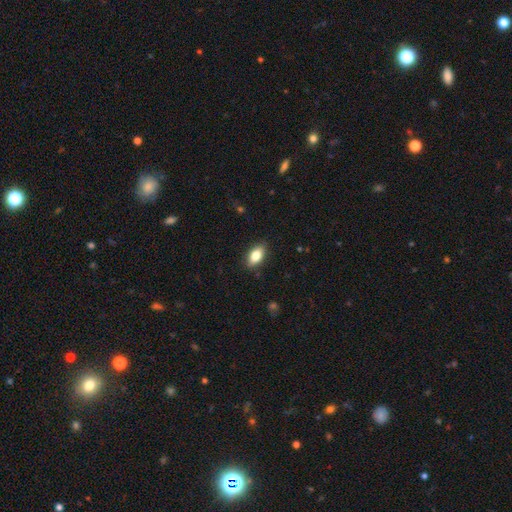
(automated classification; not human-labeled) This is clearly a smooth galaxy (81%). How rounded: clearly in between (89%). Merging: clearly none (87%).